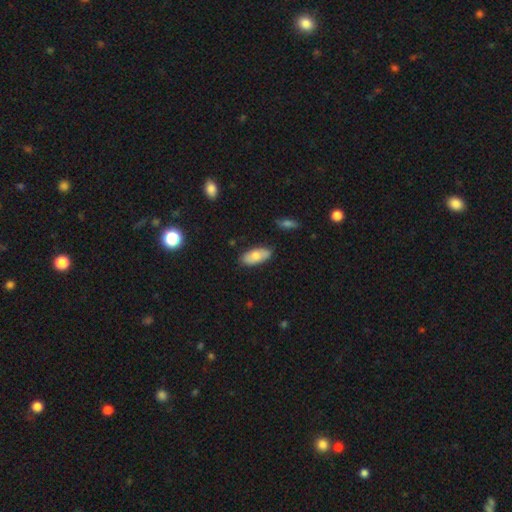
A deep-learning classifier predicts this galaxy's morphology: type=smooth (73%); roundness=in between (89%); merging=none (83%).